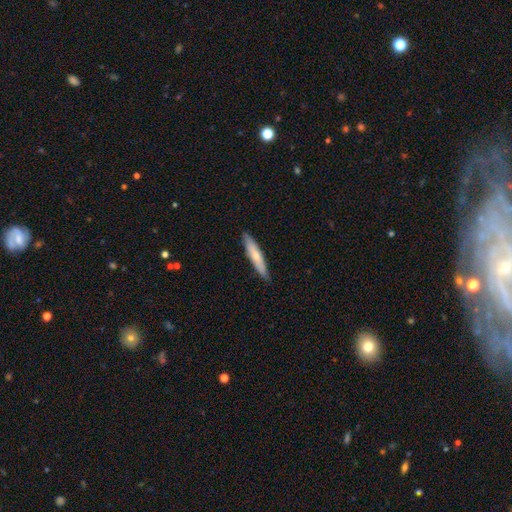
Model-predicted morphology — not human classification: Smooth or featured: smooth — 64% (featured or disk — 31%)
How rounded: cigar-shaped — 90% (in between — 9%)
Merging: none — 87% (minor disturbance — 10%)